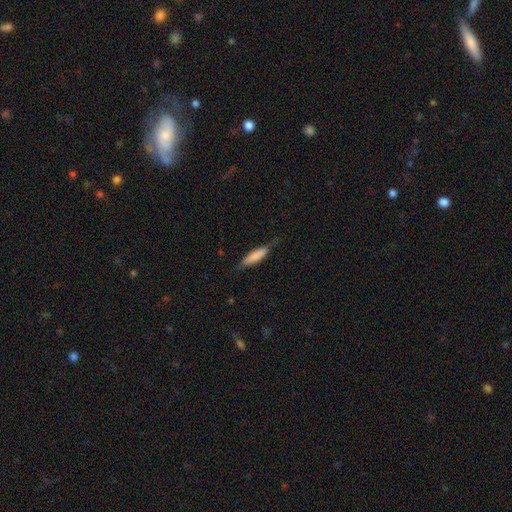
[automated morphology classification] A smooth galaxy with no disk features (76%) that is cigar-shaped (72%). Merging: none (68%).